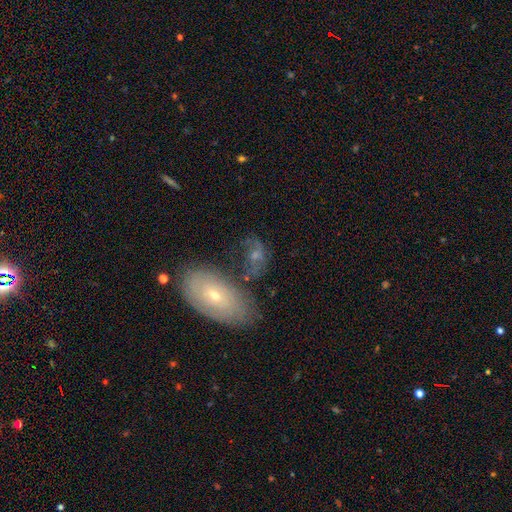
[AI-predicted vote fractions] Morphology: type=featured or disk (46%); merging=none (41%).